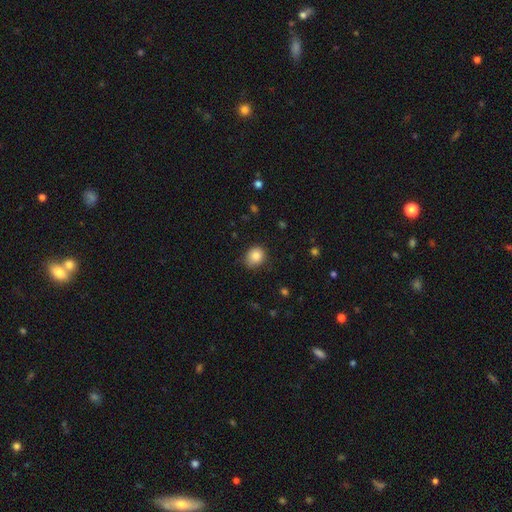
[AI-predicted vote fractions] The model was most divided on "how rounded": round: 68%, in between: 31%, cigar-shaped: 1%. More confident: smooth or featured — smooth (84%); merging — none (74%).